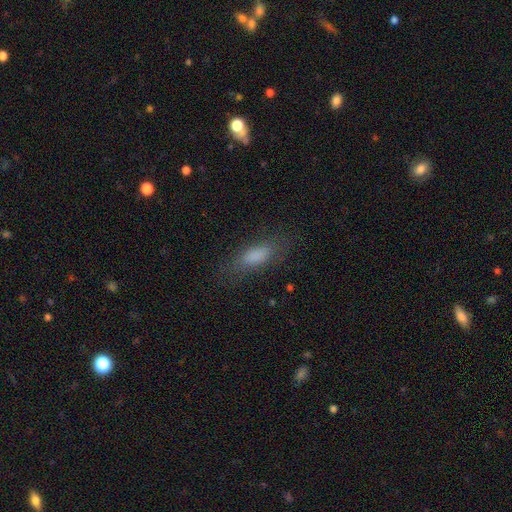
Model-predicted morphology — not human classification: smooth-or-featured: smooth: 80% | featured or disk: 11% | star or artifact: 9%
  how-rounded: in between: 64% | cigar-shaped: 33% | round: 3%
  merging: none: 76% | minor disturbance: 15% | major disturbance: 7% | merger: 1%